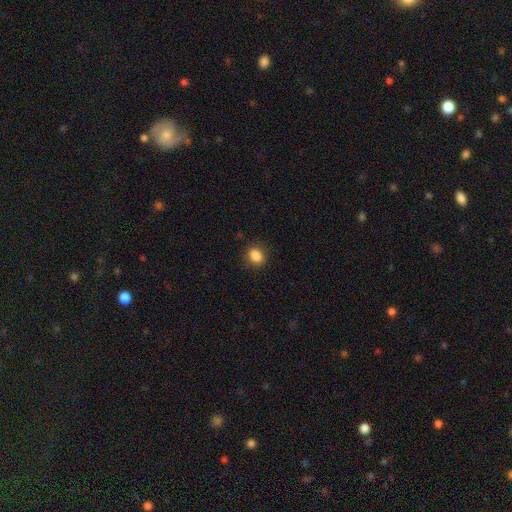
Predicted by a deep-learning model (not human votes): The model was most divided on "how rounded": round: 56%, in between: 42%, cigar-shaped: 1%. More confident: smooth or featured — smooth (86%); merging — none (86%).